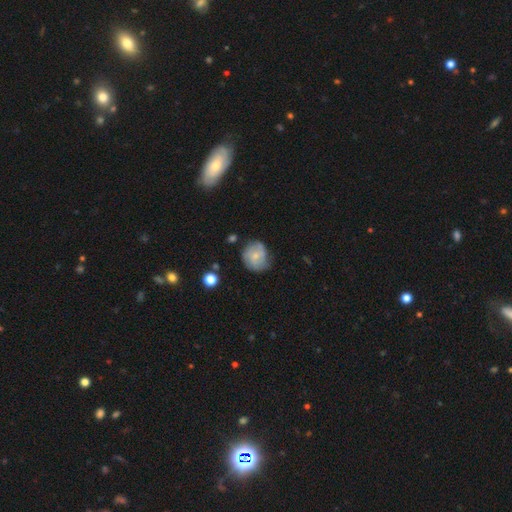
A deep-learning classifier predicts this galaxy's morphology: Smooth or featured? smooth (56%)
How rounded? round (78%)
Merging? none (57%)